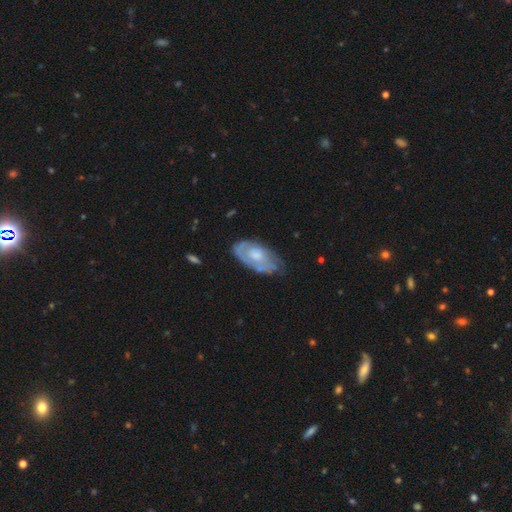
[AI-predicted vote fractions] Smooth or featured? Predicted: featured or disk (p=0.64). Edge-on disk? Predicted: no (p=0.92). Bar? Predicted: no (p=0.78). Spiral arms? Predicted: yes (p=0.70). Bulge size? Predicted: moderate (p=0.51). Merging? Predicted: none (p=0.60).